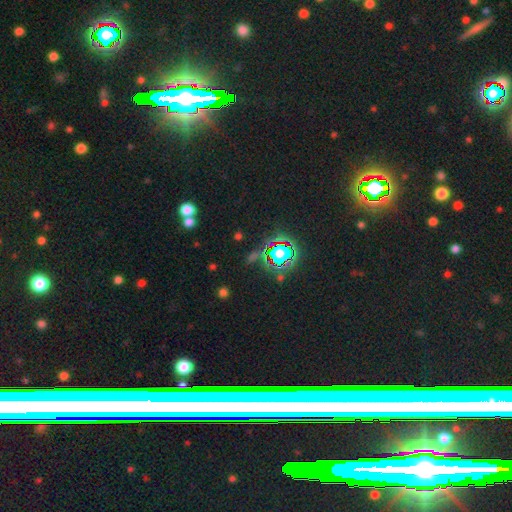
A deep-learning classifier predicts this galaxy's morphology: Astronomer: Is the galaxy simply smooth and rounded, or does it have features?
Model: star or artifact — 72%.